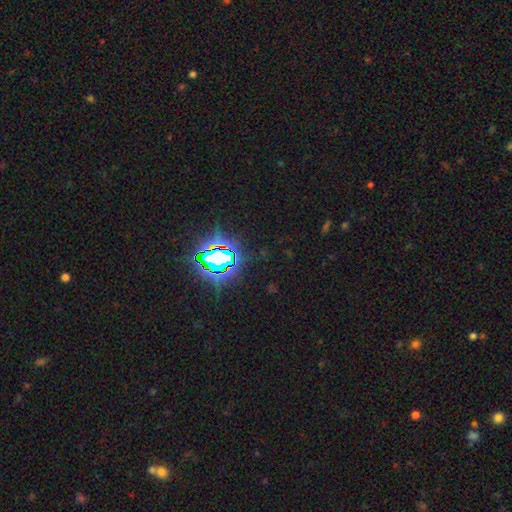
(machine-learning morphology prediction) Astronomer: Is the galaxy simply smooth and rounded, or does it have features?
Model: star or artifact — 81%.